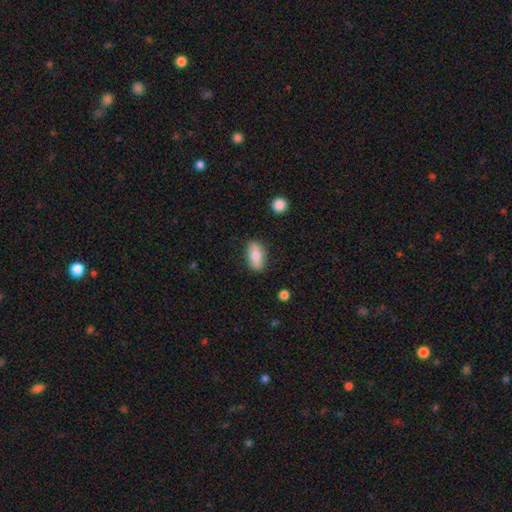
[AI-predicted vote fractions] A smooth galaxy with no disk features (73%) that is in between round and cigar-shaped (86%). Merging: none (83%).